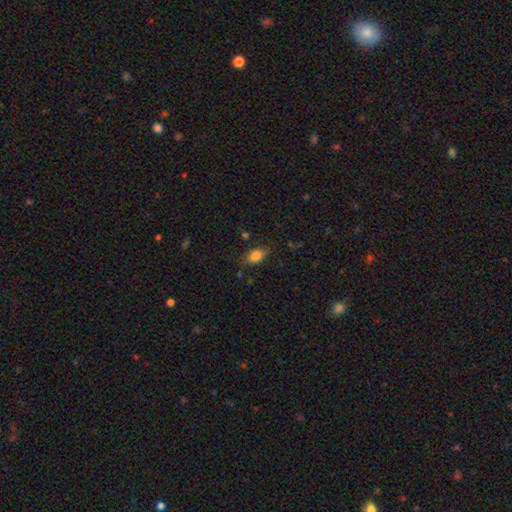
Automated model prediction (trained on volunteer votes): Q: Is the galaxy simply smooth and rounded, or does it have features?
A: smooth — 82%.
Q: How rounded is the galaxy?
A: in between — 83%.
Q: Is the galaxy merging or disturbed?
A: none — 76%.